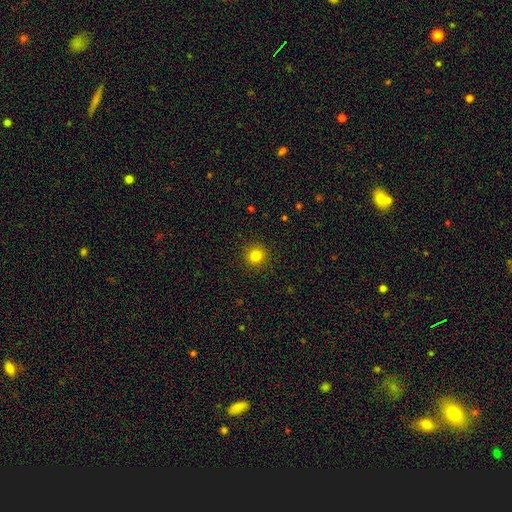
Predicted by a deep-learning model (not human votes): Smooth or featured? Predicted: smooth (p=0.82). How rounded? Predicted: round (p=0.93). Merging? Predicted: none (p=0.92).